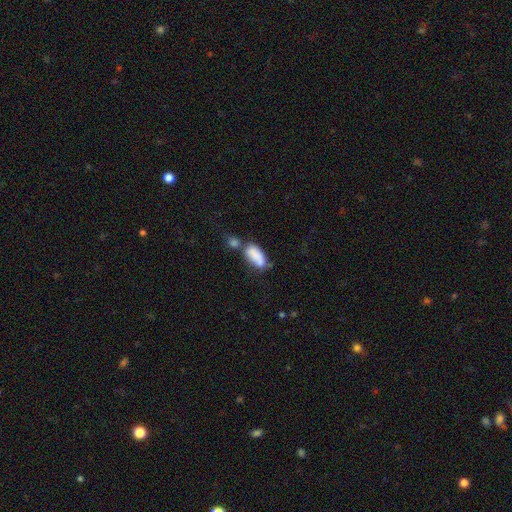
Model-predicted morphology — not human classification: smooth_or_featured: smooth (p=0.82) [alt: featured or disk p=0.11]
how_rounded: in between (p=0.86) [alt: cigar-shaped p=0.11]
merging: merger (p=0.41) [alt: none p=0.33]